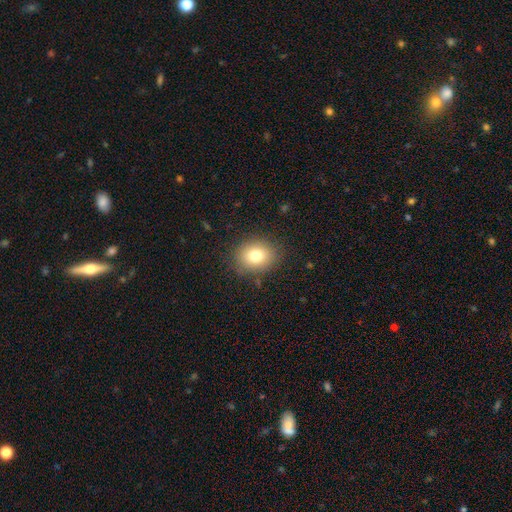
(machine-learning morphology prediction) Smooth or featured? smooth (78%)
How rounded? round (54%)
Merging? none (86%)